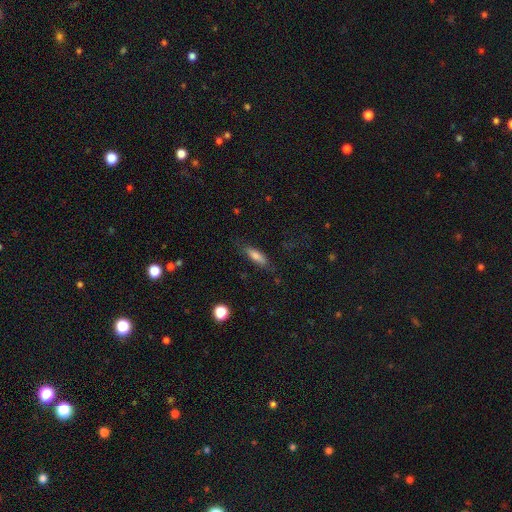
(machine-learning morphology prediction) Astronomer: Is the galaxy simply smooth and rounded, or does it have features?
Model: smooth — 73%.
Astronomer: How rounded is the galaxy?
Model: cigar-shaped — 52% (runner-up: in between, 45%).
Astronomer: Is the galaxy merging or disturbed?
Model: none — 74%.